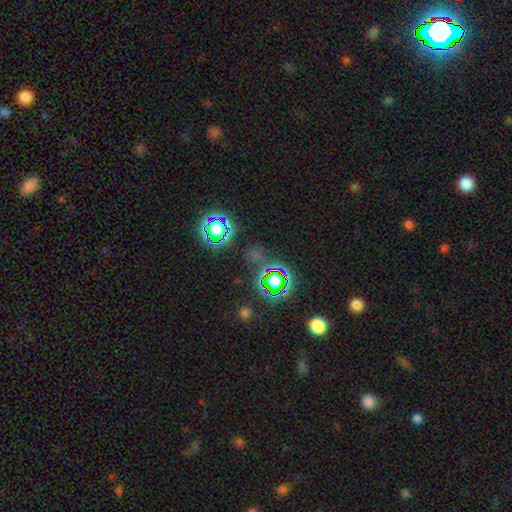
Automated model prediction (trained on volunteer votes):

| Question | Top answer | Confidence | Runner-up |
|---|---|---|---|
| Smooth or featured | star or artifact | 72% | smooth (19%) |